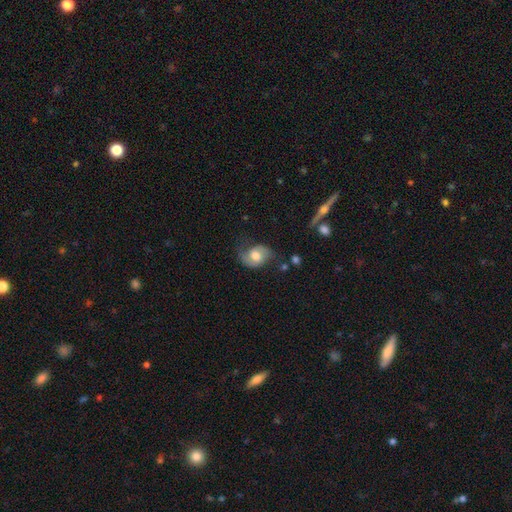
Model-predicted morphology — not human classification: featured or disk 56%, smooth 37%, star or artifact 7%. Down the decision tree: edge-on disk — no (96%); bar — no (55%); spiral arms — yes (84%); bulge size — moderate (60%); merging — none (61%).